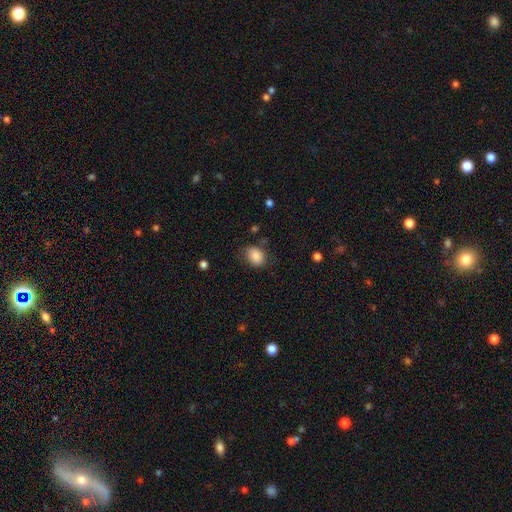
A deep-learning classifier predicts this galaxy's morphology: type=smooth (85%); roundness=in between (56%); merging=none (74%).